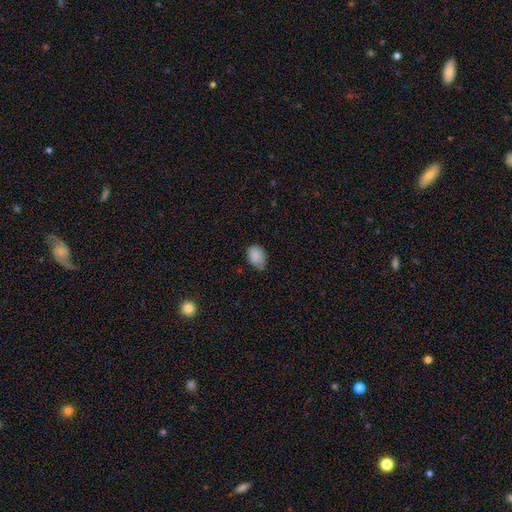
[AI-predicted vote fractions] smooth_or_featured: smooth (p=0.88) [alt: star or artifact p=0.08]
how_rounded: in between (p=0.81) [alt: round p=0.18]
merging: none (p=0.58) [alt: minor disturbance p=0.36]